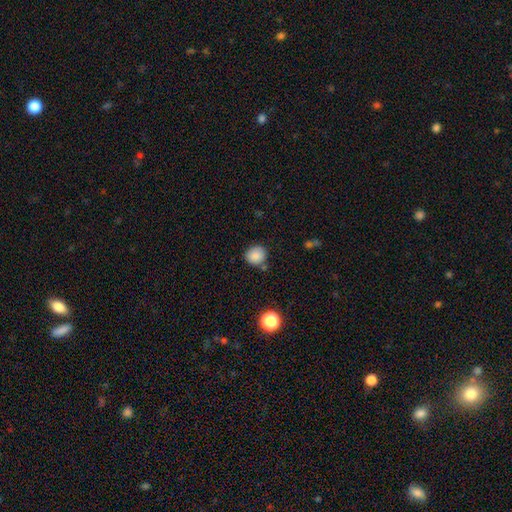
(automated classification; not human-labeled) A smooth galaxy with no disk features (86%) that is round (83%).

Vote fractions:
- Smooth or featured? smooth: 86% / star or artifact: 10% / featured or disk: 4%
- How rounded? round: 83% / in between: 16% / cigar-shaped: 1%
- Merging? none: 77% / minor disturbance: 13% / merger: 7% / major disturbance: 3%